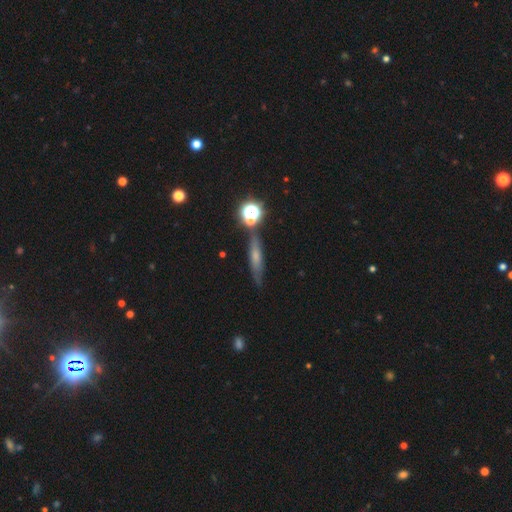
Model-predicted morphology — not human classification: Overall: smooth (48%; featured or disk 34%). Merging: none (74%).